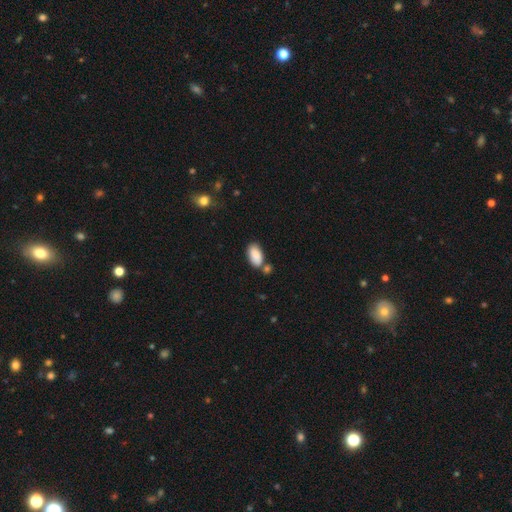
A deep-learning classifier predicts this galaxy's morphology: Smooth or featured? Predicted: smooth (p=0.87). How rounded? Predicted: in between (p=0.95). Merging? Predicted: none (p=0.60).